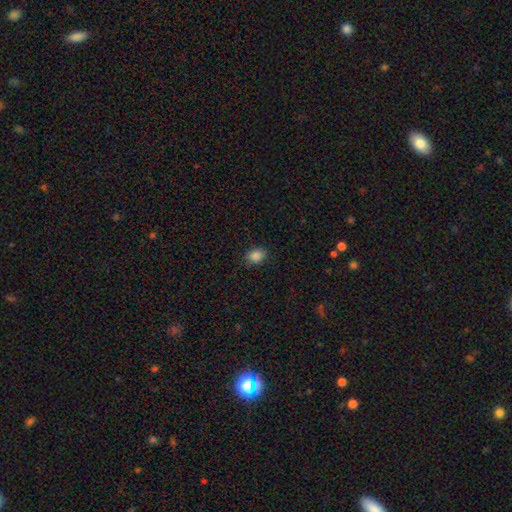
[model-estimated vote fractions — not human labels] Overall: smooth (86%). How rounded: in between (57%; round 42%). Merging: none (86%).